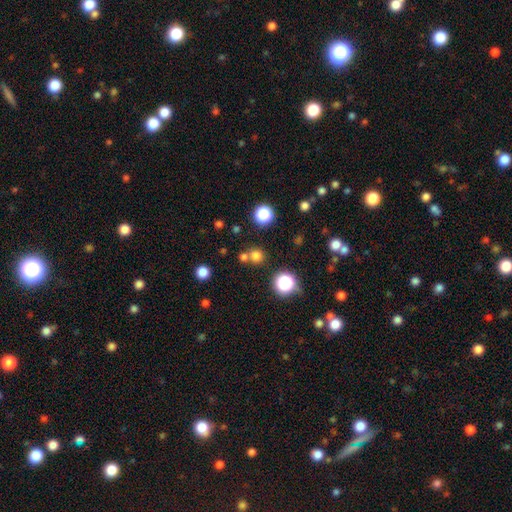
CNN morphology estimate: Smooth or featured: smooth — 71% (star or artifact — 22%)
How rounded: round — 91% (in between — 8%)
Merging: none — 66% (merger — 24%)